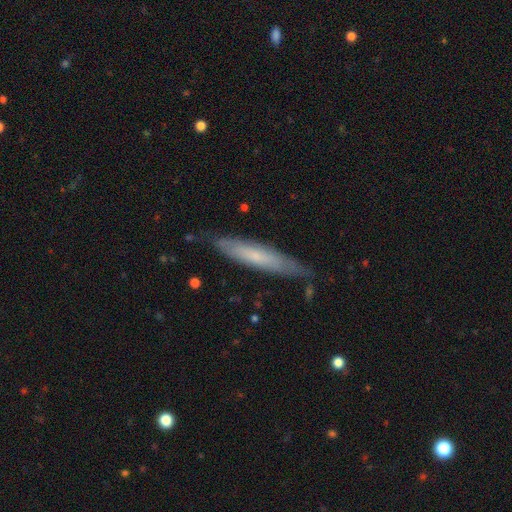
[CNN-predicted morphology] smooth-or-featured: smooth: 51% | featured or disk: 43% | star or artifact: 6%
  how-rounded: cigar-shaped: 89% | in between: 9% | round: 1%
  merging: none: 79% | minor disturbance: 17% | major disturbance: 3% | merger: 2%